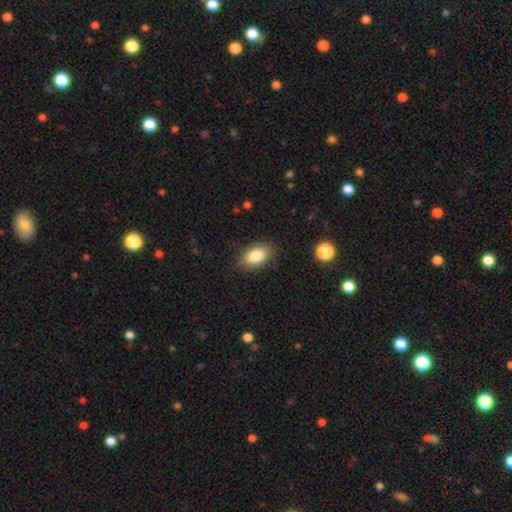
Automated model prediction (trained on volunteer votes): A smooth galaxy with no disk features (85%) that is in between round and cigar-shaped (90%). Merging: none (85%).